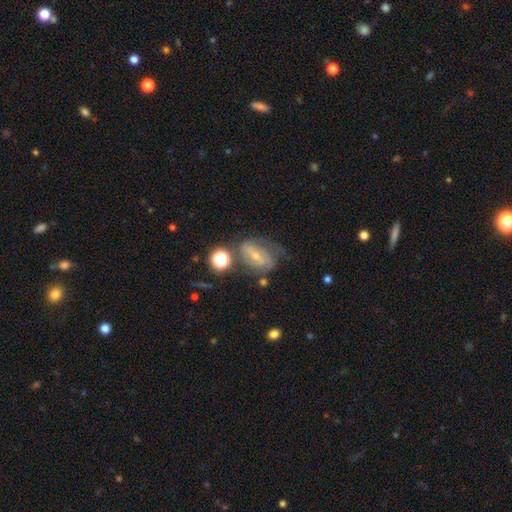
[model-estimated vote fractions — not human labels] Q: Smooth or featured?
A: featured or disk (70%); runner-up: smooth (20%)
Q: Edge-on disk?
A: no (95%); runner-up: yes (5%)
Q: Bar?
A: weak (40%); runner-up: strong (37%)
Q: Spiral arms?
A: yes (86%); runner-up: no (14%)
Q: Spiral winding?
A: medium (43%); runner-up: tight (39%)
Q: Spiral arm count?
A: 2 (55%); runner-up: can't tell (25%)
Q: Bulge size?
A: small (61%); runner-up: moderate (33%)
Q: Merging?
A: none (48%); runner-up: minor disturbance (24%)